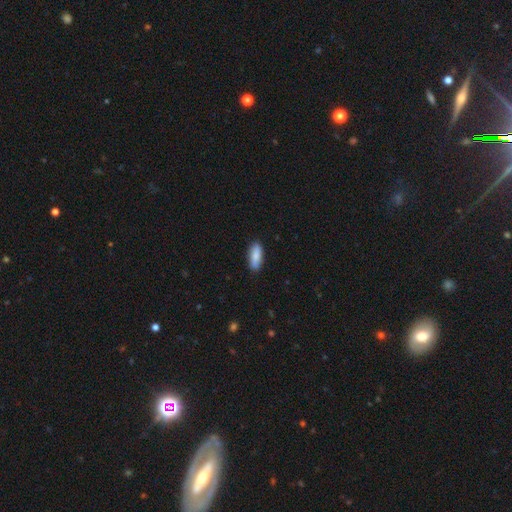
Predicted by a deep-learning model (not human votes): This is clearly a smooth galaxy (86%). How rounded: likely in between (68%). Merging: clearly none (87%).